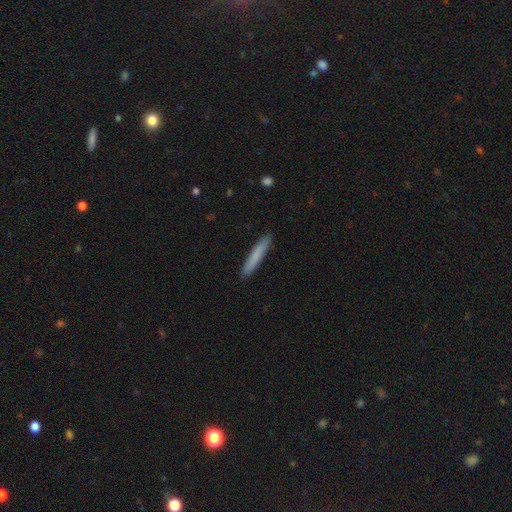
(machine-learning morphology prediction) smooth-or-featured: smooth: 79% | featured or disk: 16% | star or artifact: 6%
  how-rounded: cigar-shaped: 95% | in between: 4% | round: 1%
  merging: none: 91% | minor disturbance: 6% | major disturbance: 1% | merger: 1%